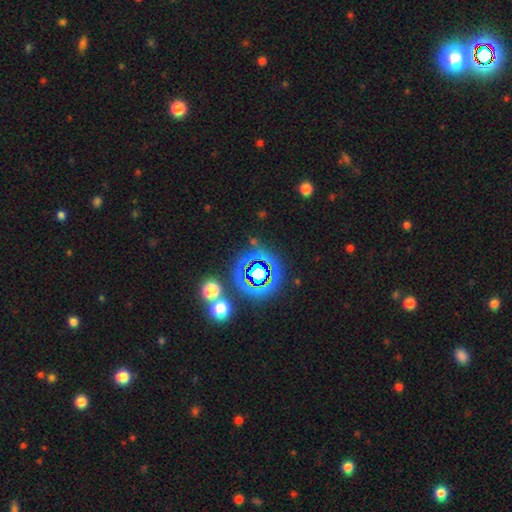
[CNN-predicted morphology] Smooth or featured? star or artifact (70%)